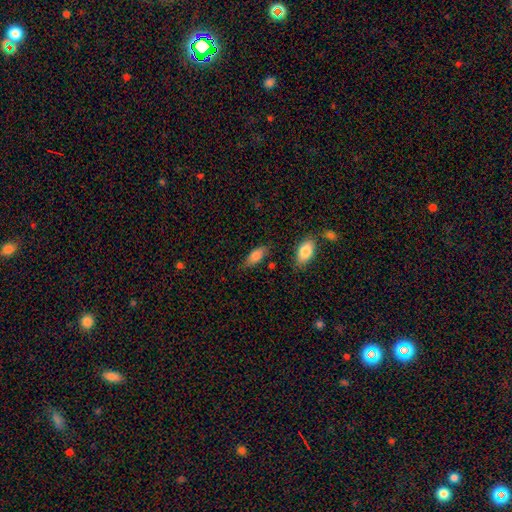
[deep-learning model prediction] Smooth or featured: smooth — 82% (featured or disk — 11%)
How rounded: in between — 82% (cigar-shaped — 15%)
Merging: none — 71% (minor disturbance — 20%)